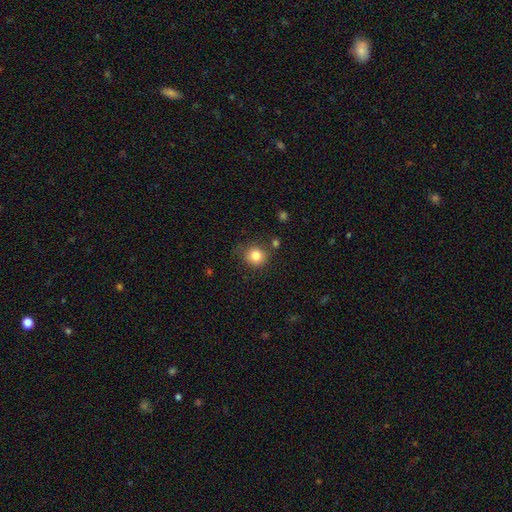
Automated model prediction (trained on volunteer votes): Smooth or featured: smooth — 81% (star or artifact — 11%)
How rounded: round — 87% (in between — 12%)
Merging: none — 77% (minor disturbance — 14%)